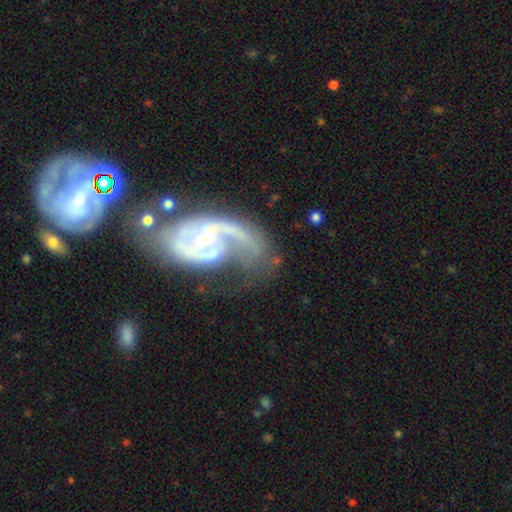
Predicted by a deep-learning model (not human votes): Smooth or featured?
  - featured or disk: 88% *
  - smooth: 7%
  - star or artifact: 5%
Edge-on disk?
  - no: 97% *
  - yes: 3%
Bar?
  - no: 62% *
  - weak: 28%
  - strong: 10%
Spiral arms?
  - yes: 93% *
  - no: 7%
Spiral winding?
  - medium: 45% *
  - loose: 33%
  - tight: 22%
Spiral arm count?
  - 2: 61% *
  - 1: 25%
  - can't tell: 7%
  - 3: 3%
  - 4: 2%
  - more than 4: 2%
Bulge size?
  - small: 49% *
  - moderate: 47%
  - large: 2%
  - none: 1%
  - dominant: 1%
Merging?
  - none: 37% *
  - major disturbance: 30%
  - minor disturbance: 21%
  - merger: 12%